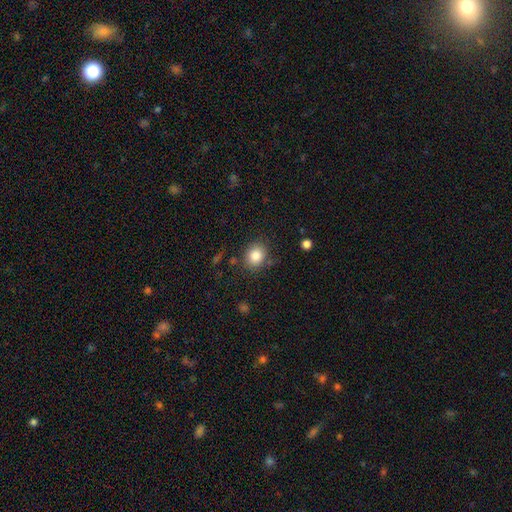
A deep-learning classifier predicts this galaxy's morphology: type=smooth (84%); roundness=round (62%); merging=none (81%).